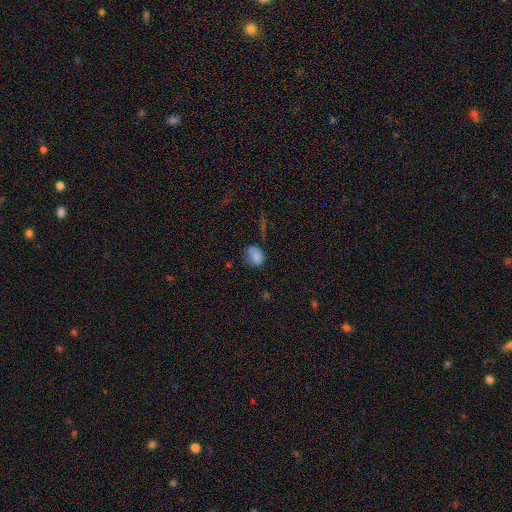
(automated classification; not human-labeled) Q: Smooth or featured?
A: smooth (80%); runner-up: star or artifact (12%)
Q: How rounded?
A: in between (69%); runner-up: round (29%)
Q: Merging?
A: none (52%); runner-up: minor disturbance (32%)